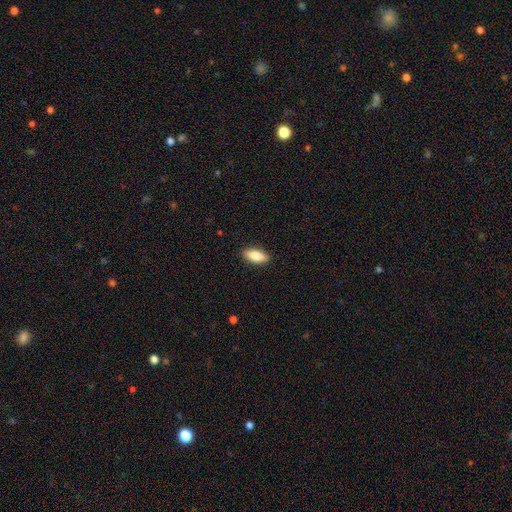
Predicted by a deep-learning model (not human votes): A smooth galaxy with no disk features (84%) that is in between round and cigar-shaped (84%). Merging: none (89%).